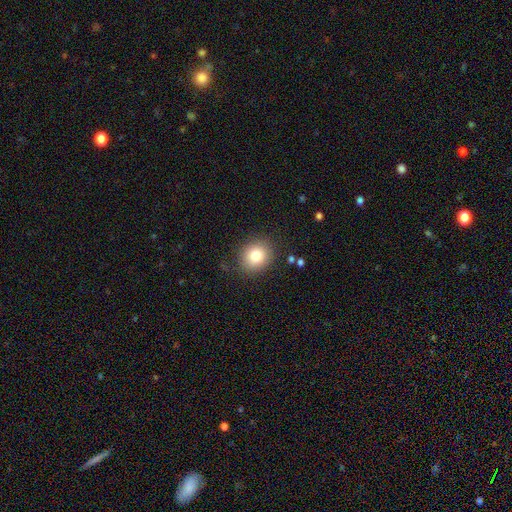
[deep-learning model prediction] Smooth or featured?
  - smooth: 82% *
  - star or artifact: 10%
  - featured or disk: 9%
How rounded?
  - round: 66% *
  - in between: 33%
  - cigar-shaped: 1%
Merging?
  - none: 84% *
  - minor disturbance: 11%
  - major disturbance: 4%
  - merger: 2%